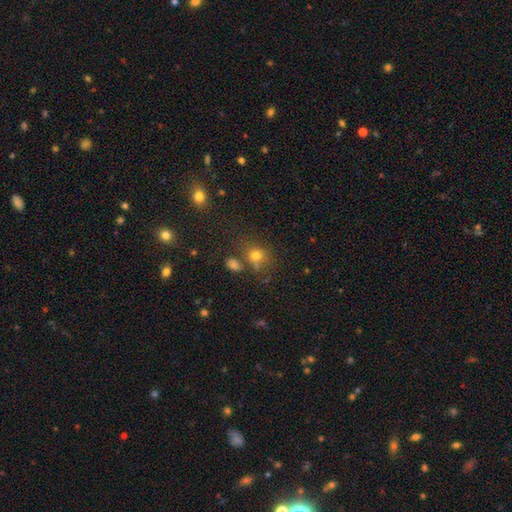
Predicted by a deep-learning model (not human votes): The model was most divided on "how rounded": round: 63%, in between: 36%, cigar-shaped: 1%. More confident: smooth or featured — smooth (72%); merging — none (57%).